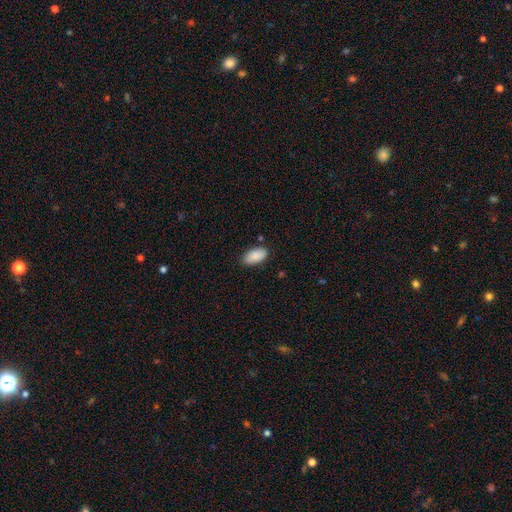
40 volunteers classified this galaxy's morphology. Q: Smooth or featured?
A: smooth (90%); runner-up: star or artifact (8%)
Q: How rounded?
A: in between (92%); runner-up: round (6%)
Q: Merging?
A: none (73%); runner-up: minor disturbance (16%)